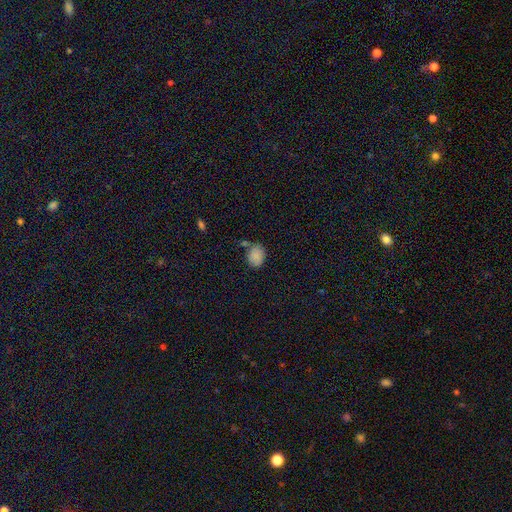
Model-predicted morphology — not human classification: type=smooth (85%); roundness=in between (61%); merging=none (63%).